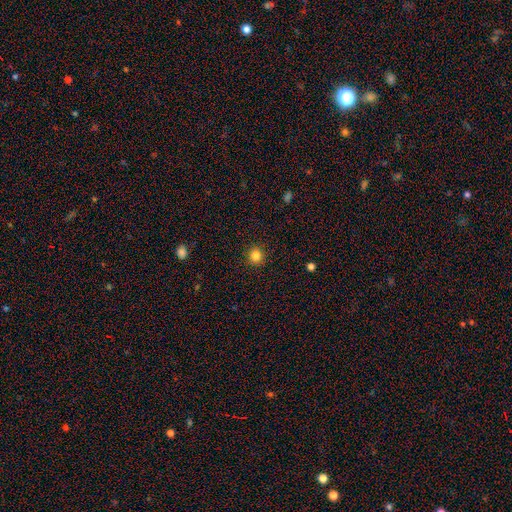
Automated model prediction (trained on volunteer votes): Smooth or featured? Predicted: smooth (p=0.84). How rounded? Predicted: round (p=0.89). Merging? Predicted: none (p=0.92).